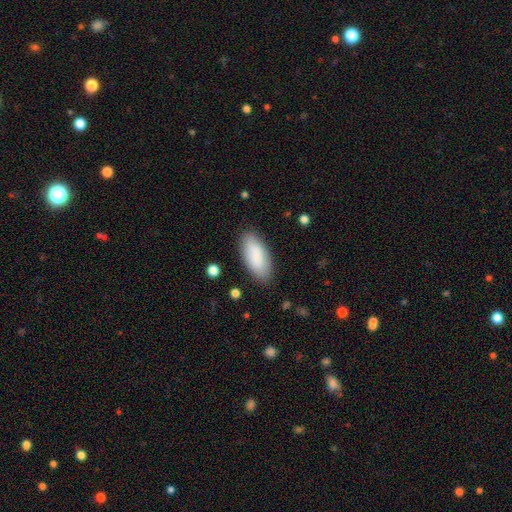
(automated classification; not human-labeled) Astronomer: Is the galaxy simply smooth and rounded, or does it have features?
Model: smooth — 86%.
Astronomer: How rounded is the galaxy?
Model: in between — 89%.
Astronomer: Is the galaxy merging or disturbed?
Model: none — 86%.